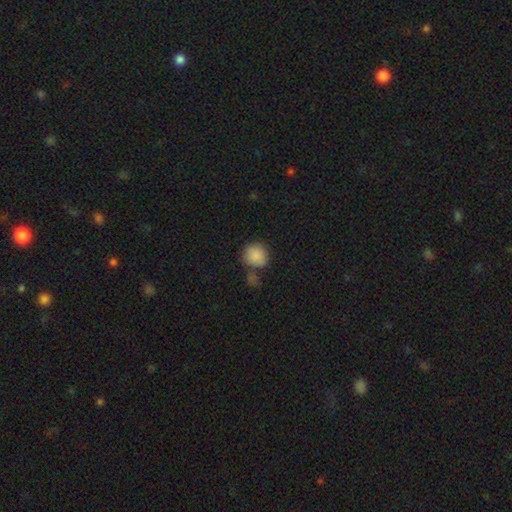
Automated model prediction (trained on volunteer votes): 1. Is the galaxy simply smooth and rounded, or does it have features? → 88% smooth, 8% star or artifact, 4% featured or disk.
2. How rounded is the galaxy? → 82% round, 17% in between, 1% cigar-shaped.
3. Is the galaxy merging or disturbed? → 62% none, 18% merger, 15% minor disturbance, 5% major disturbance.